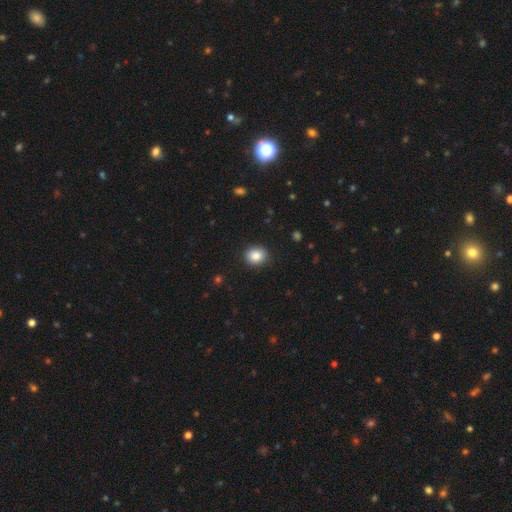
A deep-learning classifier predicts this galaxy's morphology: A smooth galaxy with no disk features (86%) that is round (67%).

Vote fractions:
- Smooth or featured? smooth: 86% / star or artifact: 9% / featured or disk: 5%
- How rounded? round: 67% / in between: 32% / cigar-shaped: 1%
- Merging? none: 90% / minor disturbance: 7% / major disturbance: 2% / merger: 1%